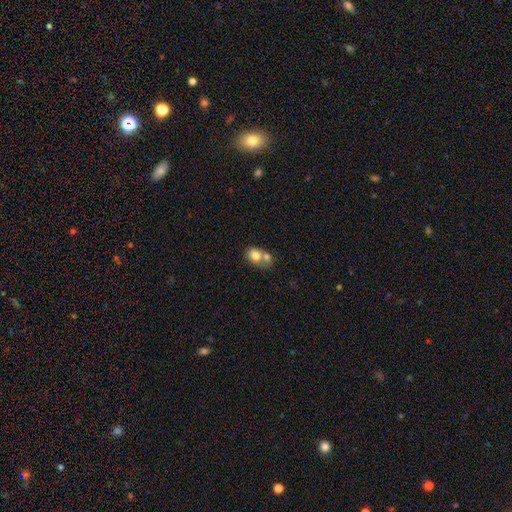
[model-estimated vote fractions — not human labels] smooth_or_featured: smooth (p=0.75) [alt: featured or disk p=0.17]
how_rounded: in between (p=0.52) [alt: round p=0.47]
merging: merger (p=0.62) [alt: none p=0.24]